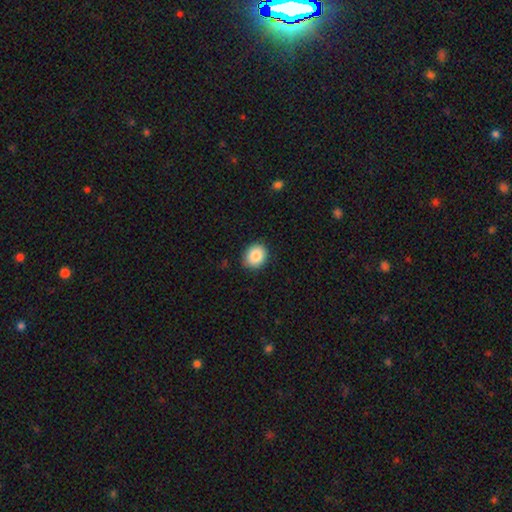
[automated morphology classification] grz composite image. It shows a smooth galaxy with no disk features (87%) that is round (61%). Merging: none (88%).